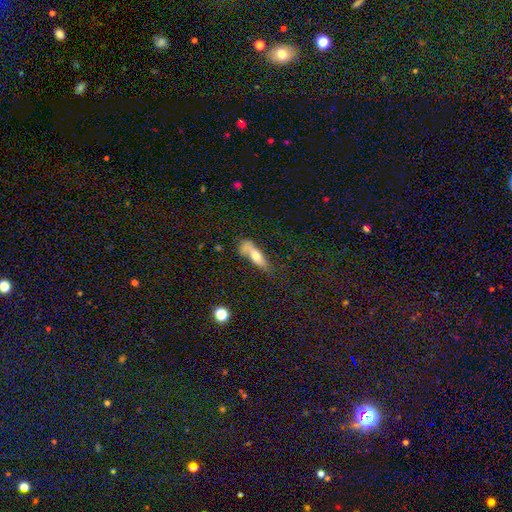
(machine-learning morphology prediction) smooth-or-featured: smooth: 59% | featured or disk: 32% | star or artifact: 9%
  how-rounded: cigar-shaped: 48% (tied) | in between: 48% (tied) | round: 4%
  merging: none: 42% | minor disturbance: 26% | major disturbance: 17% | merger: 15%